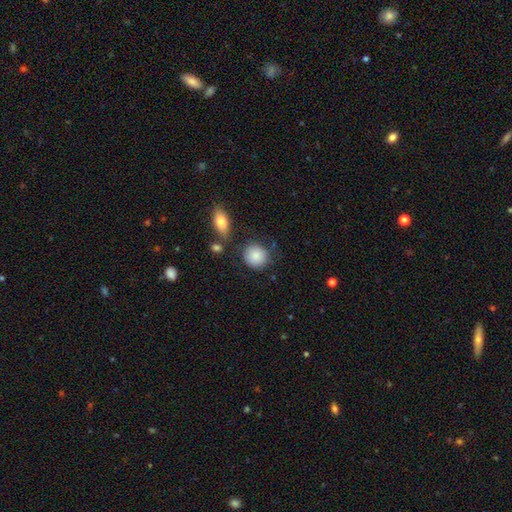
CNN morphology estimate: Smooth or featured? smooth (87%)
How rounded? round (85%)
Merging? none (75%)